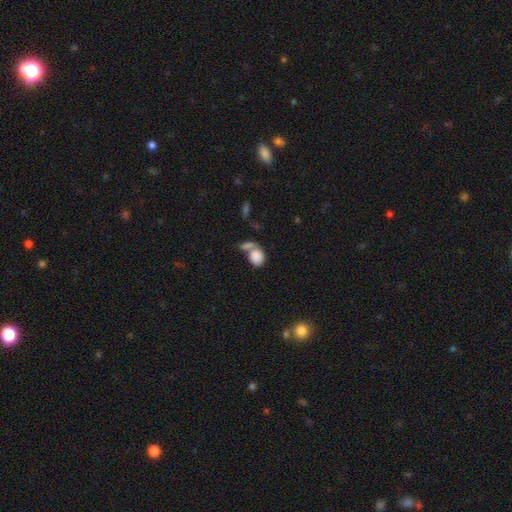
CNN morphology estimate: Q: Smooth or featured?
A: smooth (84%); runner-up: star or artifact (8%)
Q: How rounded?
A: in between (52%); runner-up: round (46%)
Q: Merging?
A: merger (45%); runner-up: none (37%)